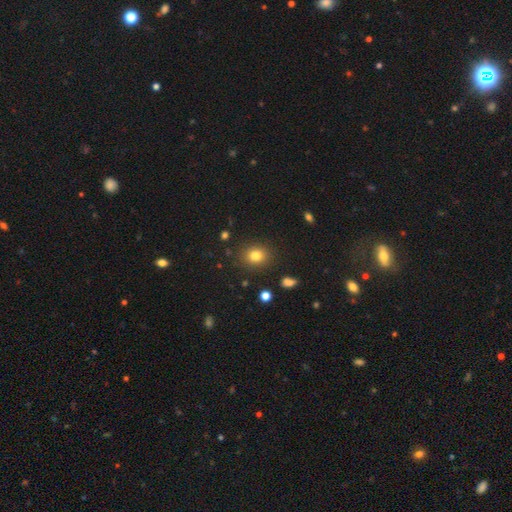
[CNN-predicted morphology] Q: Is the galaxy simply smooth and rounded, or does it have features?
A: smooth — 81%.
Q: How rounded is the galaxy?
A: round — 57%.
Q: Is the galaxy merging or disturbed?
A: none — 85%.